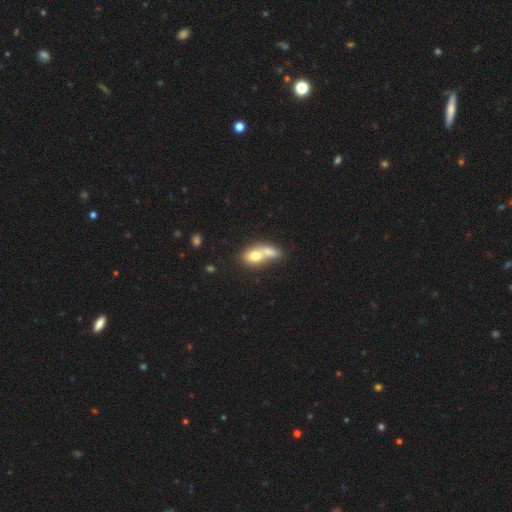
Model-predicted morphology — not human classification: A smooth galaxy with no disk features (71%) that is in between round and cigar-shaped (70%). Merging: merger (71%).